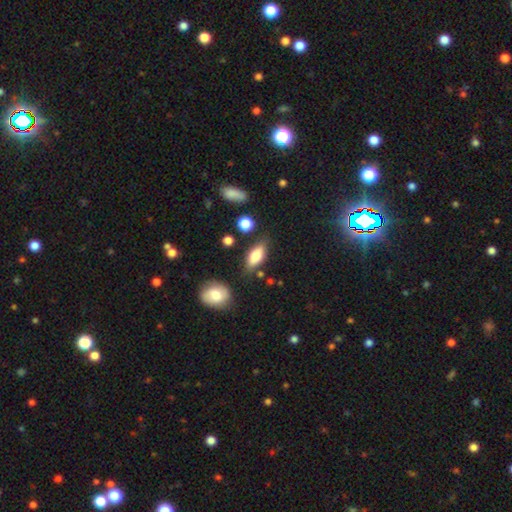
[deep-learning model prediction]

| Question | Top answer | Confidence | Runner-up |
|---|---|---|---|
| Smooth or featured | smooth | 74% | featured or disk (19%) |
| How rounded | in between | 80% | cigar-shaped (17%) |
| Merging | none | 72% | minor disturbance (19%) |